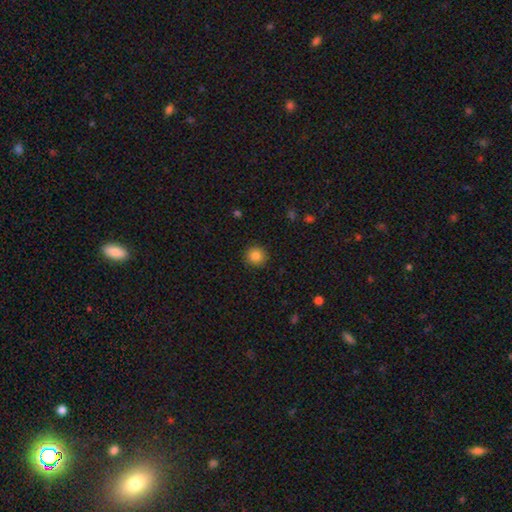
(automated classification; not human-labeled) A smooth galaxy with no disk features (85%) that is round (92%). Merging: none (91%).